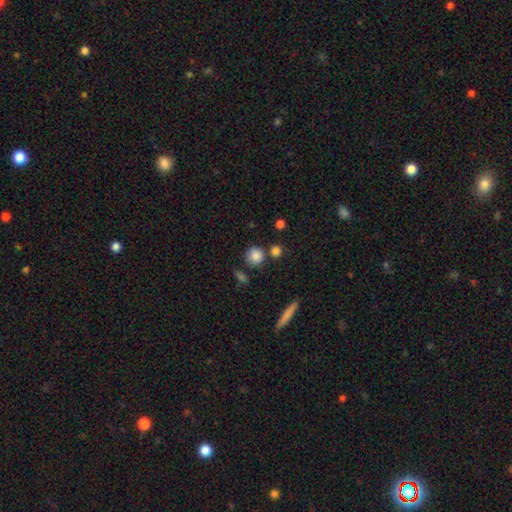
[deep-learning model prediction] Smooth or featured? Predicted: smooth (p=0.84). How rounded? Predicted: round (p=0.89). Merging? Predicted: none (p=0.72).